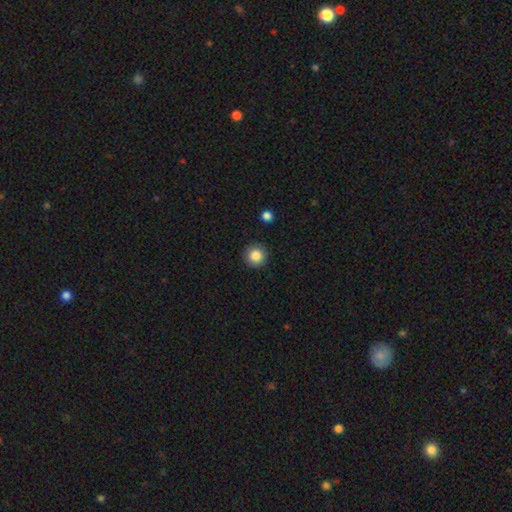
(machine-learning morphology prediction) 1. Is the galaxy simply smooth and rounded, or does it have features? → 86% smooth, 9% star or artifact, 5% featured or disk.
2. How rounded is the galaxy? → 95% round, 4% in between, 1% cigar-shaped.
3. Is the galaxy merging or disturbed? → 92% none, 5% minor disturbance, 2% major disturbance, 1% merger.